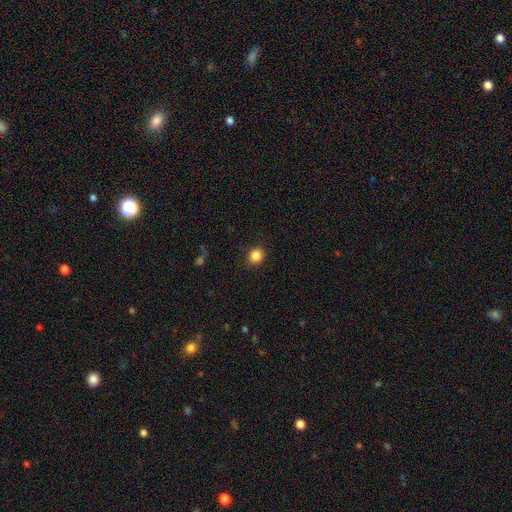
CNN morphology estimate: Smooth or featured?
  - smooth: 85% *
  - star or artifact: 11%
  - featured or disk: 5%
How rounded?
  - round: 76% *
  - in between: 23%
  - cigar-shaped: 1%
Merging?
  - none: 88% *
  - minor disturbance: 9%
  - major disturbance: 3%
  - merger: 1%